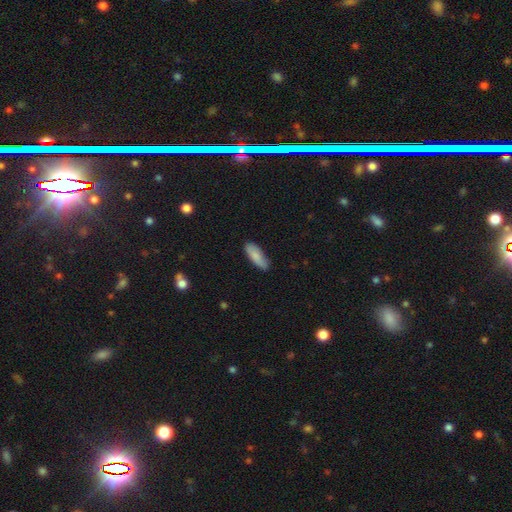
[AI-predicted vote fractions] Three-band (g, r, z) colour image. It shows a smooth galaxy with no disk features (85%) that is in between round and cigar-shaped (62%). Merging: none (81%).